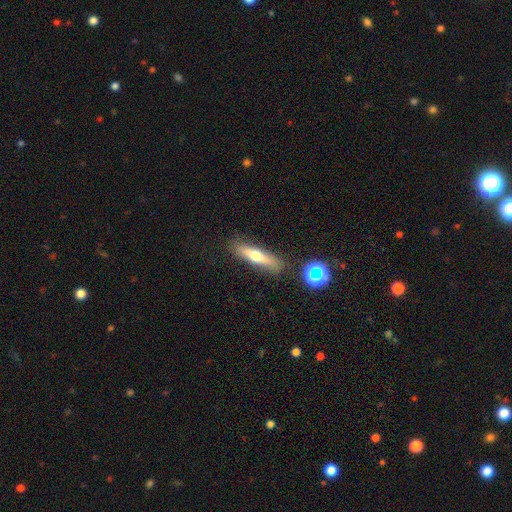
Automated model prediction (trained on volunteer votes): smooth 53%, featured or disk 38%, star or artifact 9%. Down the decision tree: how rounded — cigar-shaped (77%); merging — none (81%).